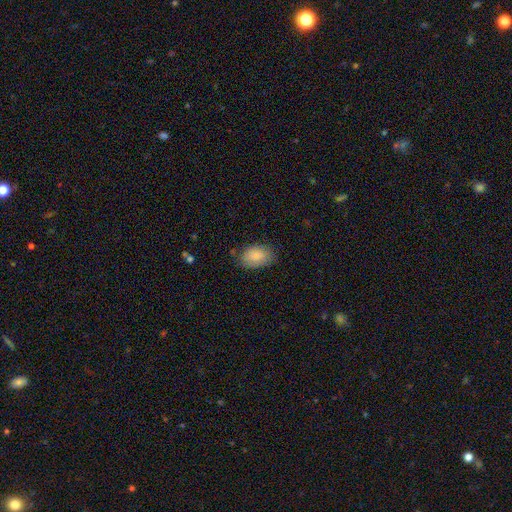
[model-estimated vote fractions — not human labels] Morphology: type=smooth (85%); roundness=in between (89%); merging=none (74%).